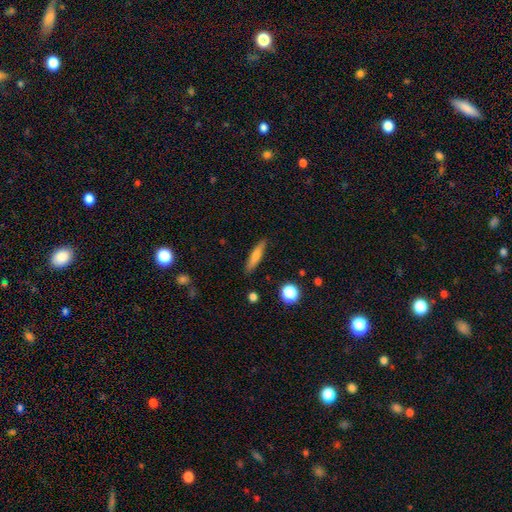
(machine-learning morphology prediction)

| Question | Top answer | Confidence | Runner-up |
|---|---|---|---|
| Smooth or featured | smooth | 66% | featured or disk (27%) |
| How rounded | cigar-shaped | 85% | in between (12%) |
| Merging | none | 88% | minor disturbance (9%) |